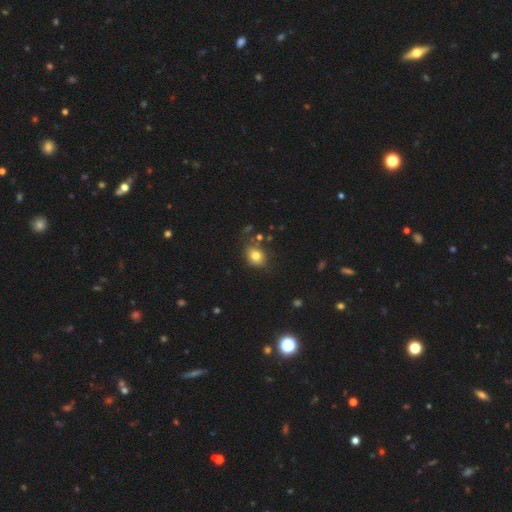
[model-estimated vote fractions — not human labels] smooth_or_featured: smooth (p=0.79) [alt: star or artifact p=0.11]
how_rounded: in between (p=0.50) [alt: round p=0.49]
merging: none (p=0.75) [alt: minor disturbance p=0.16]